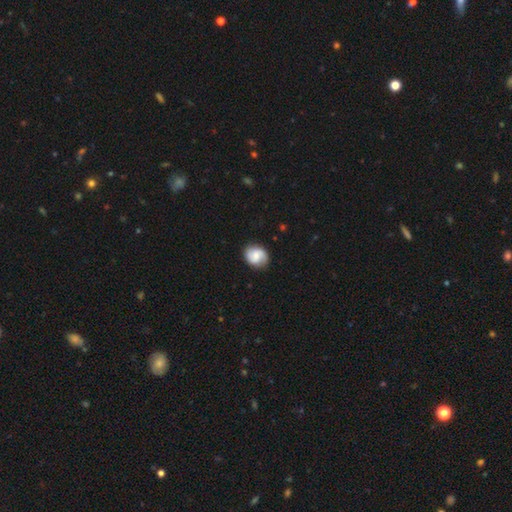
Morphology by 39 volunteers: featured or disk 62%, smooth 33%, star or artifact 5%. Down the decision tree: edge-on disk — no (96%); bar — weak (39%, tied with no); spiral arms — yes (96%); spiral arm count — 2 (95%); spiral winding — tight (45%); bulge size — small (52%); merging — none (86%).